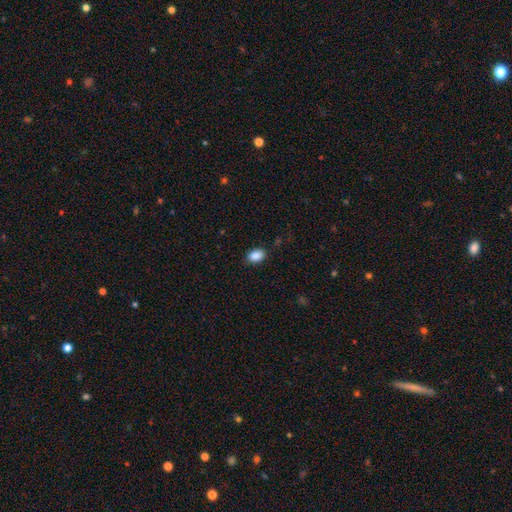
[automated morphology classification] Smooth or featured: smooth — 88% (star or artifact — 8%)
How rounded: in between — 83% (round — 16%)
Merging: none — 87% (minor disturbance — 10%)